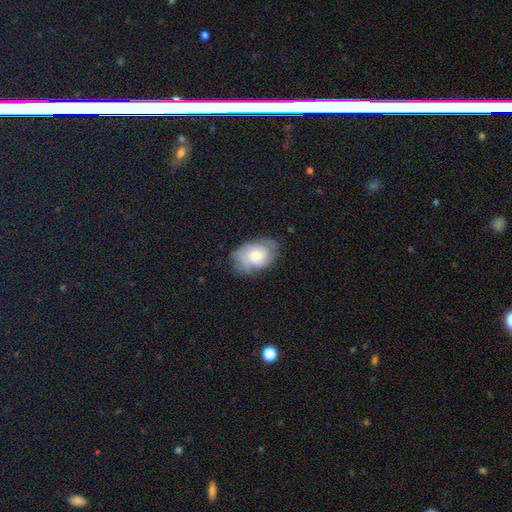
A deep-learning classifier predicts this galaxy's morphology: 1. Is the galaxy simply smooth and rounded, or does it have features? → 50% smooth, 43% featured or disk, 7% star or artifact.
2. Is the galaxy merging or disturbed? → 61% none, 28% minor disturbance, 10% major disturbance, 2% merger.